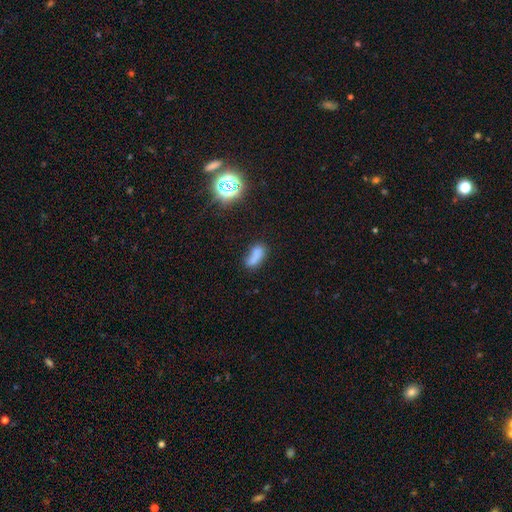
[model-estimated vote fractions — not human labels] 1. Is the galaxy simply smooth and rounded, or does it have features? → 71% smooth, 15% star or artifact, 14% featured or disk.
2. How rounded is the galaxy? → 79% in between, 15% cigar-shaped, 5% round.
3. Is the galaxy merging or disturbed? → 48% none, 24% minor disturbance, 16% merger, 12% major disturbance.